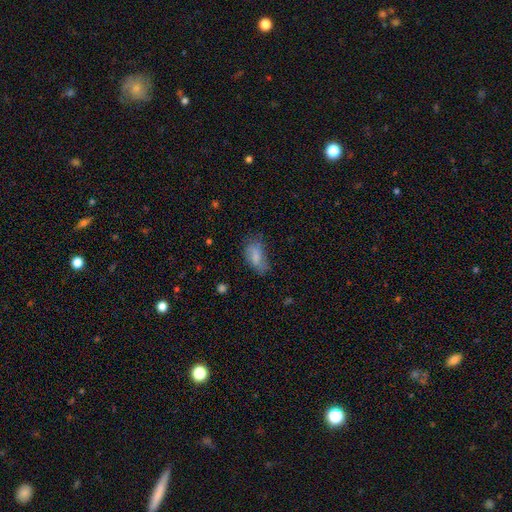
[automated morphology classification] type=smooth (75%); roundness=in between (88%); merging=none (53%).